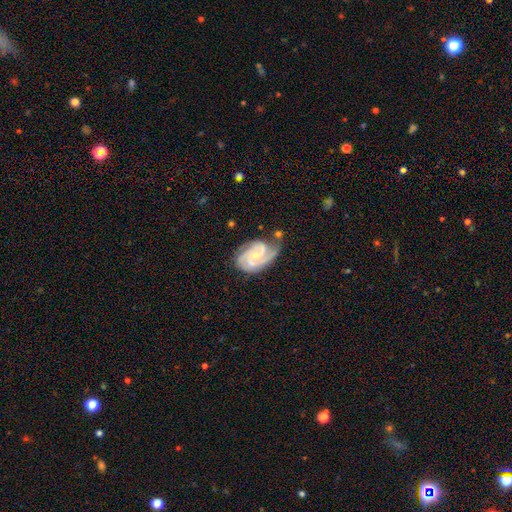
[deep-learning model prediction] Smooth or featured?
  - featured or disk: 88% *
  - smooth: 7%
  - star or artifact: 5%
Edge-on disk?
  - no: 98% *
  - yes: 2%
Bar?
  - no: 54% *
  - weak: 37%
  - strong: 9%
Spiral arms?
  - yes: 98% *
  - no: 2%
Spiral winding?
  - tight: 57% *
  - medium: 37%
  - loose: 7%
Spiral arm count?
  - 3: 39% *
  - 2: 38%
  - can't tell: 10%
  - 4: 5%
  - 1: 4%
  - more than 4: 3%
Bulge size?
  - small: 66% *
  - moderate: 27%
  - none: 5%
  - large: 1%
  - dominant: 1%
Merging?
  - none: 60% *
  - minor disturbance: 25%
  - major disturbance: 10%
  - merger: 4%